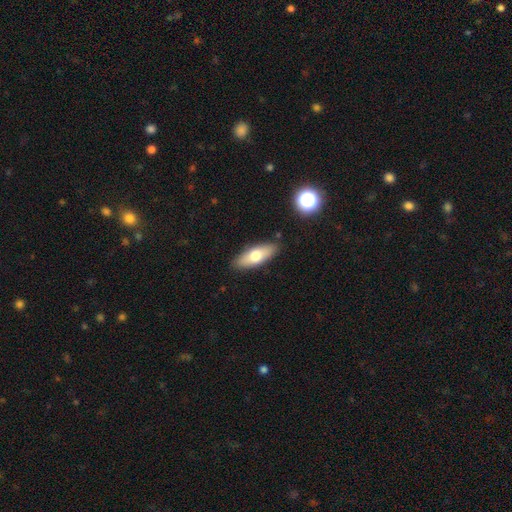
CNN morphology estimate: Overall: smooth (65%; featured or disk 28%). How rounded: in between (65%; cigar-shaped 33%). Merging: none (87%).